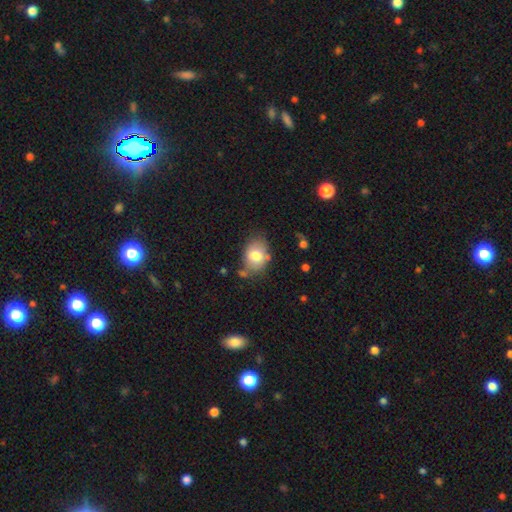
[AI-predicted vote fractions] This appears to be a smooth galaxy with no disk features (77%) that is in between round and cigar-shaped (71%). Merging: none (66%).